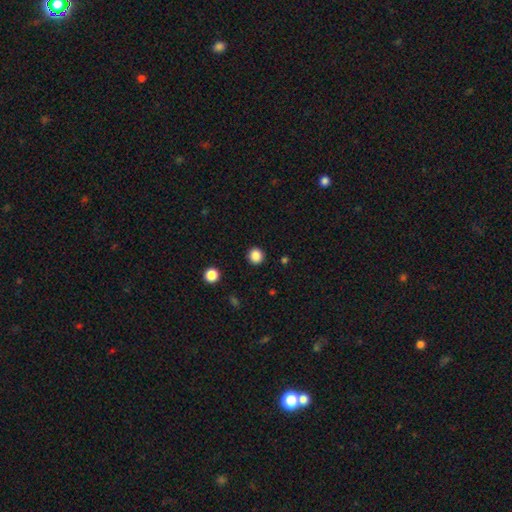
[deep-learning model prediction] smooth 87%, star or artifact 11%, featured or disk 3%. Down the decision tree: how rounded — round (93%); merging — none (92%).